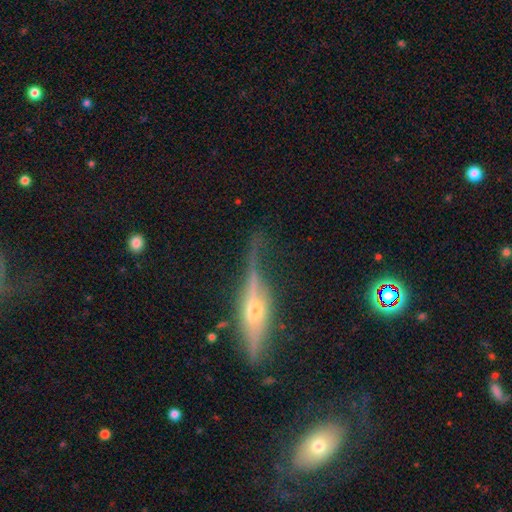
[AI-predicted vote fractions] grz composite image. It shows a featured or disk galaxy (72%) viewed edge-on (87%) with a rounded central bulge (84%). Merging: none (56%).